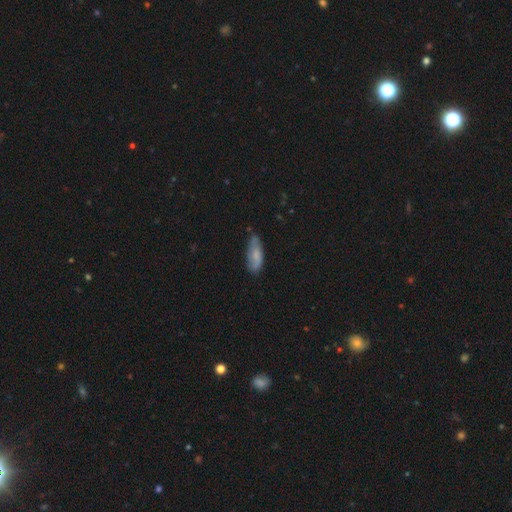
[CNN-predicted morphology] Q: Smooth or featured?
A: smooth (67%); runner-up: featured or disk (26%)
Q: How rounded?
A: in between (69%); runner-up: cigar-shaped (29%)
Q: Merging?
A: none (63%); runner-up: minor disturbance (28%)